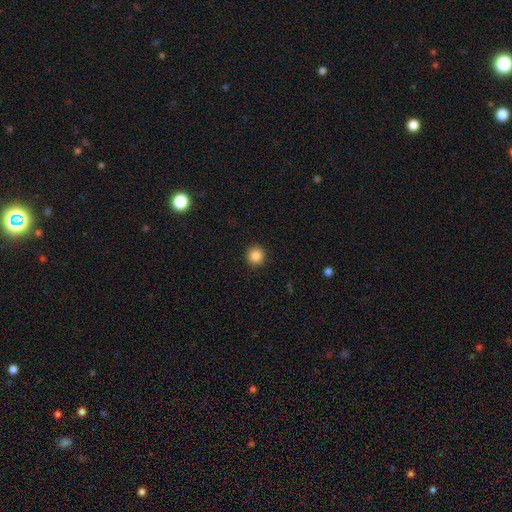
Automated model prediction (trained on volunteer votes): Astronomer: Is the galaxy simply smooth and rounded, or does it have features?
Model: smooth — 86%.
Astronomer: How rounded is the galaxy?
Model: round — 94%.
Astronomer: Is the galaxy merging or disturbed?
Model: none — 93%.